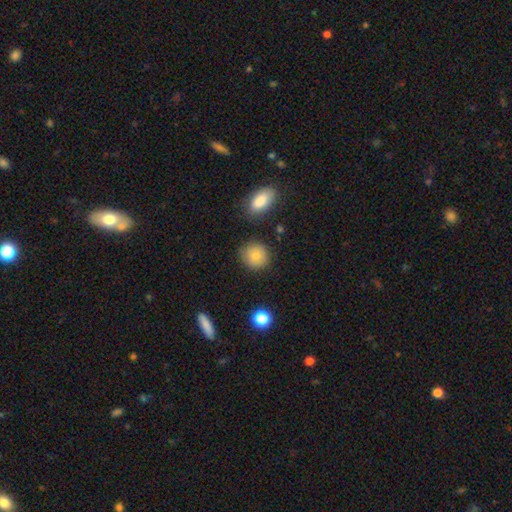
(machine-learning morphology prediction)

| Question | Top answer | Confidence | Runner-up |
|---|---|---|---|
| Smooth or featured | smooth | 80% | featured or disk (11%) |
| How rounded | round | 87% | in between (12%) |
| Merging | none | 82% | minor disturbance (12%) |